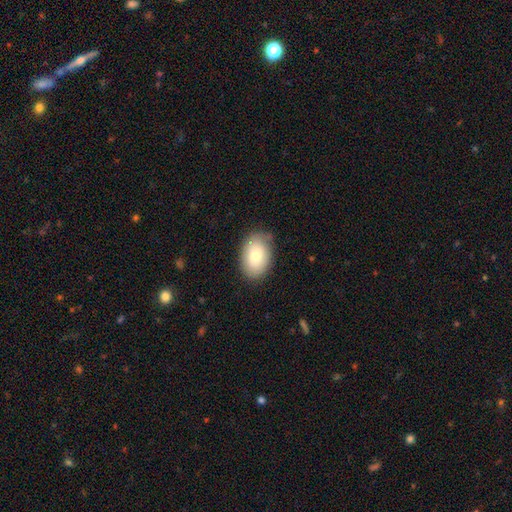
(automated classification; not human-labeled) smooth-or-featured: smooth: 77% | featured or disk: 16% | star or artifact: 7%
  how-rounded: in between: 86% | round: 13% | cigar-shaped: 1%
  merging: none: 80% | minor disturbance: 15% | major disturbance: 3% | merger: 1%